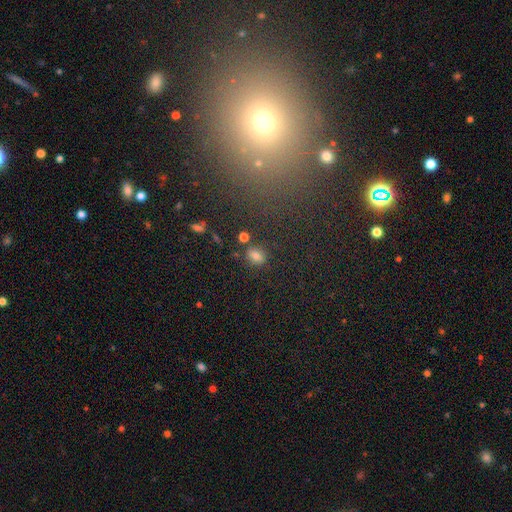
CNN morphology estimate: Smooth or featured? Predicted: smooth (p=0.74). How rounded? Predicted: in between (p=0.61). Merging? Predicted: none (p=0.76).